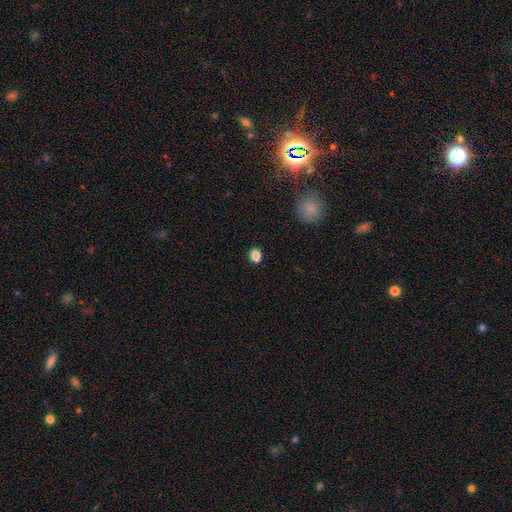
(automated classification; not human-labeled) This appears to be a smooth galaxy with no disk features (85%) that is in between round and cigar-shaped (69%). Merging: none (86%).